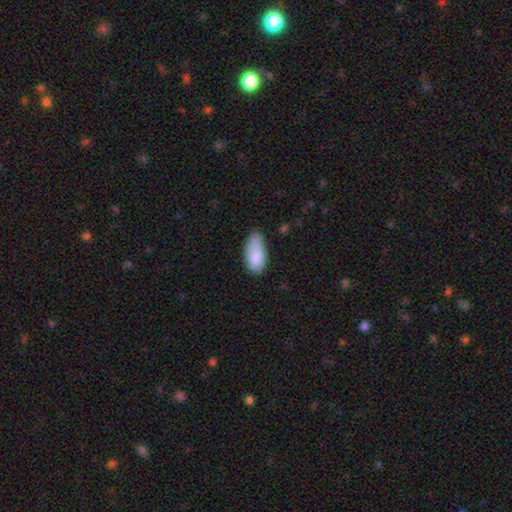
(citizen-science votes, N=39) Volunteers were most divided on "merging": minor disturbance: 49%, none: 38%, major disturbance: 13%, merger: 0%. More confident: smooth or featured — smooth (92%); how rounded — in between (86%).